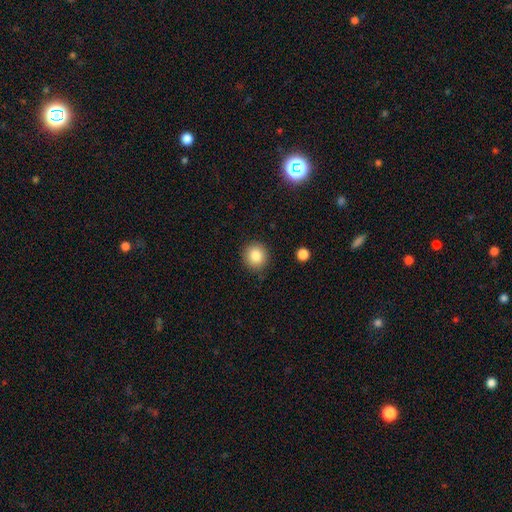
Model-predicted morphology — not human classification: type=smooth (85%); roundness=round (88%); merging=none (88%).